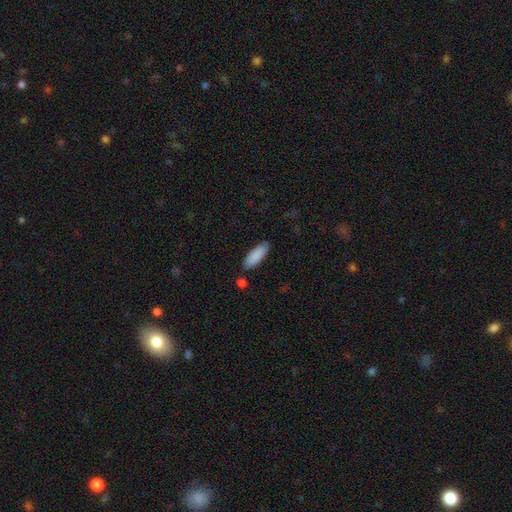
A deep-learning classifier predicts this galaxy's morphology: Smooth or featured?
  - smooth: 89% *
  - star or artifact: 6%
  - featured or disk: 6%
How rounded?
  - in between: 67% *
  - cigar-shaped: 32%
  - round: 2%
Merging?
  - none: 82% *
  - minor disturbance: 12%
  - merger: 4%
  - major disturbance: 2%